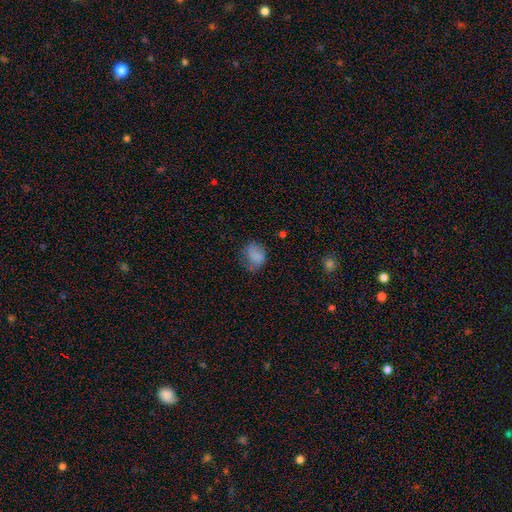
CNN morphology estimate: Smooth or featured? smooth (79%)
How rounded? in between (55%)
Merging? none (54%)